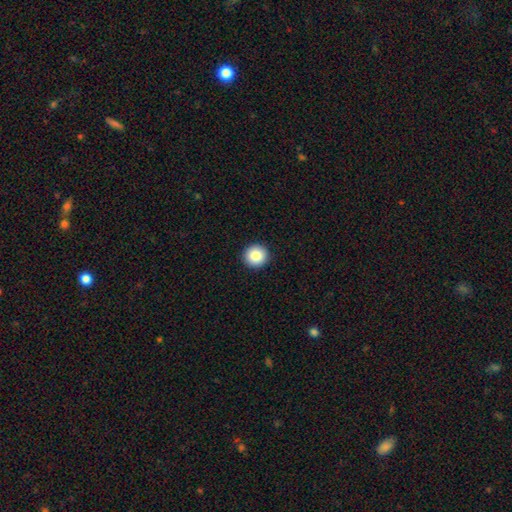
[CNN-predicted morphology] A smooth galaxy with no disk features (85%) that is round (95%). Merging: none (93%).